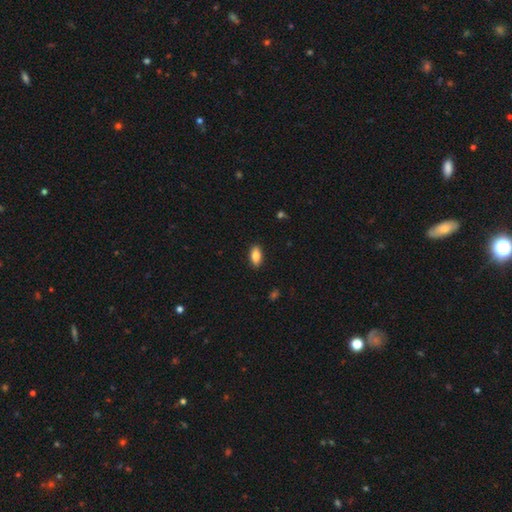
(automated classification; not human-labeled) Smooth or featured? smooth (83%)
How rounded? in between (85%)
Merging? none (89%)